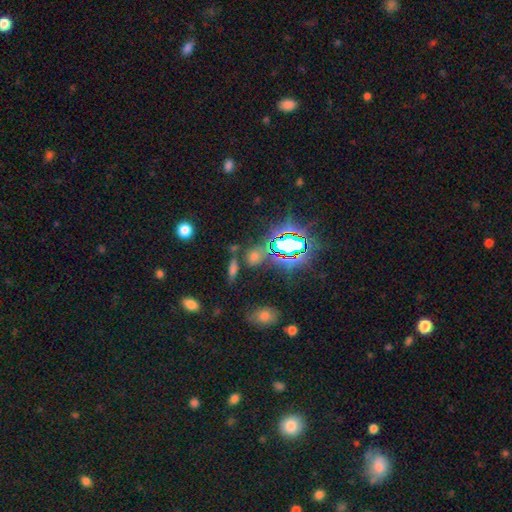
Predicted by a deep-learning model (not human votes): Smooth or featured? star or artifact (59%)